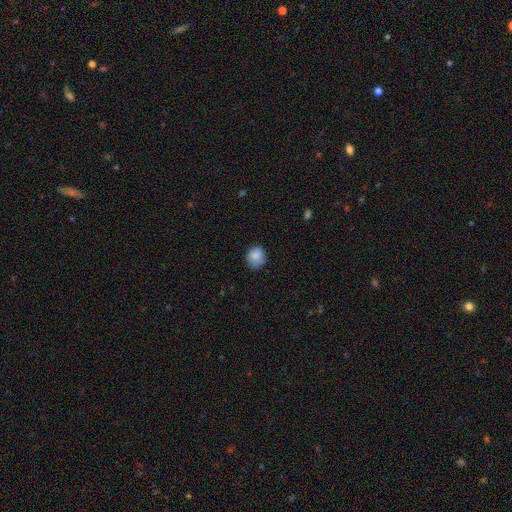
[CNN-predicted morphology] This appears to be a smooth galaxy with no disk features (83%) that is round (77%). Merging: none (73%).